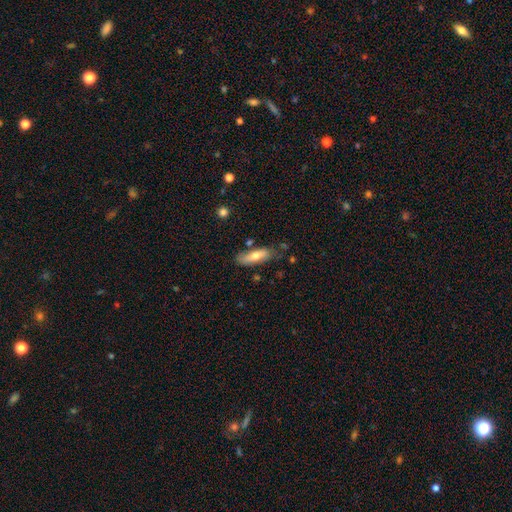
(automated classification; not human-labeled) Morphology: type=smooth (63%); roundness=in between (60%); merging=none (70%).